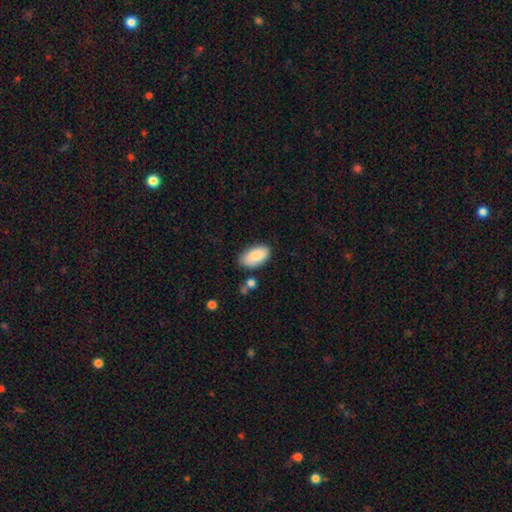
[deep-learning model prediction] Smooth or featured?
  - smooth: 85% *
  - featured or disk: 9%
  - star or artifact: 6%
How rounded?
  - in between: 95% *
  - round: 3%
  - cigar-shaped: 2%
Merging?
  - none: 74% *
  - minor disturbance: 18%
  - merger: 4%
  - major disturbance: 4%